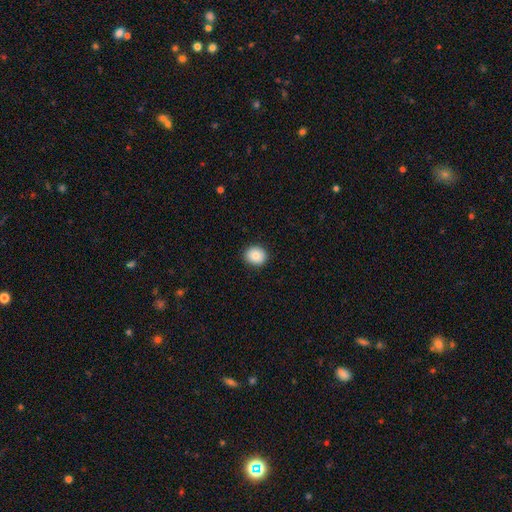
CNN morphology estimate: A smooth galaxy with no disk features (86%) that is round (75%).

Vote fractions:
- Smooth or featured? smooth: 86% / star or artifact: 8% / featured or disk: 6%
- How rounded? round: 75% / in between: 25% / cigar-shaped: 1%
- Merging? none: 91% / minor disturbance: 6% / major disturbance: 2% / merger: 1%